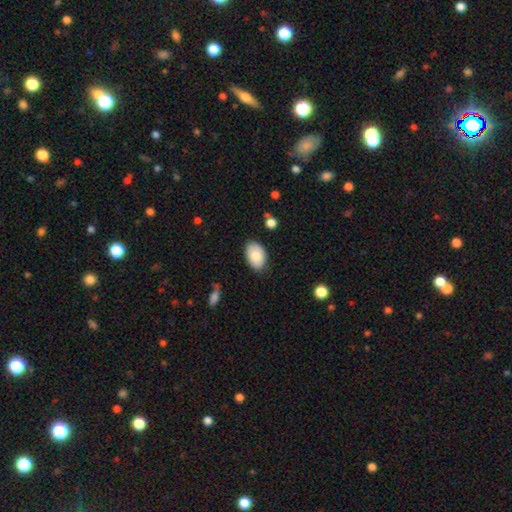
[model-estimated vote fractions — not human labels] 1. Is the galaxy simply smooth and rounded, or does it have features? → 76% smooth, 17% featured or disk, 7% star or artifact.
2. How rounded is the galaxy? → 90% in between, 9% round, 1% cigar-shaped.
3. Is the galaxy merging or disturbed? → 80% none, 15% minor disturbance, 3% major disturbance, 2% merger.